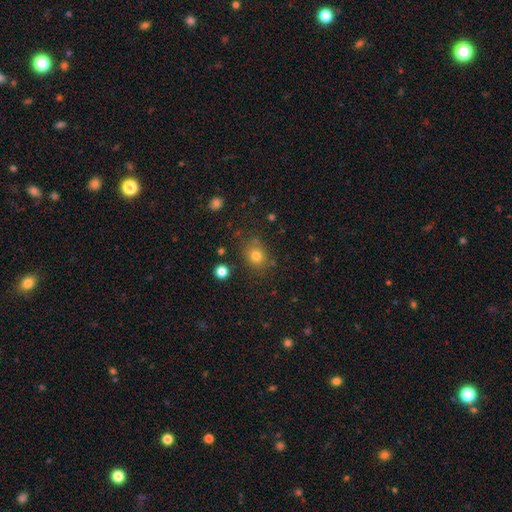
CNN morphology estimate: Smooth or featured: smooth — 78% (star or artifact — 14%)
How rounded: round — 64% (in between — 35%)
Merging: none — 79% (minor disturbance — 13%)